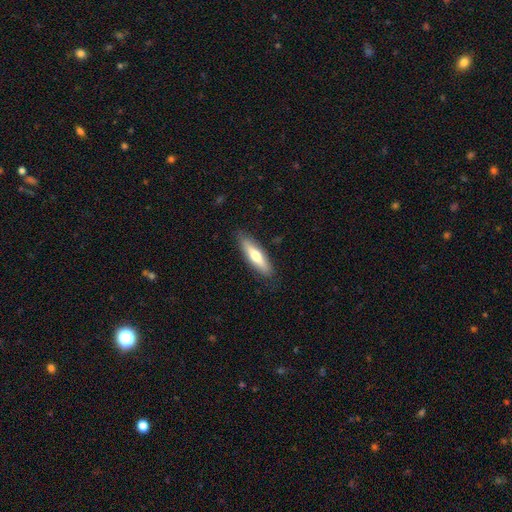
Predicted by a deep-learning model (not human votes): Morphology: type=smooth (59%); roundness=cigar-shaped (67%); merging=none (86%).